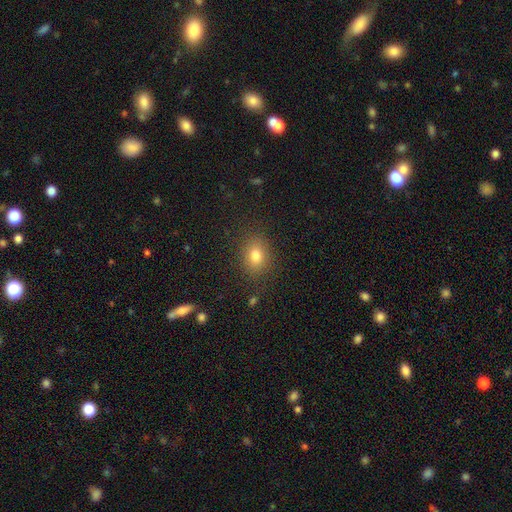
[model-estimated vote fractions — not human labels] Smooth or featured?
  - smooth: 79% *
  - star or artifact: 12%
  - featured or disk: 9%
How rounded?
  - in between: 63% *
  - round: 36%
  - cigar-shaped: 1%
Merging?
  - none: 85% *
  - minor disturbance: 10%
  - major disturbance: 3%
  - merger: 1%